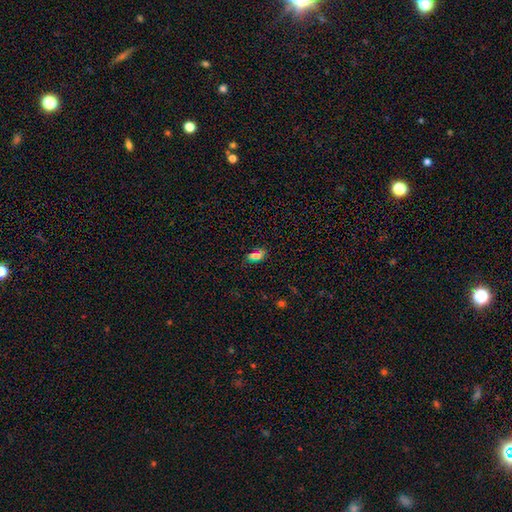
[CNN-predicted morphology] A smooth galaxy with no disk features (60%) that is in between round and cigar-shaped (78%). Merging: none (75%).